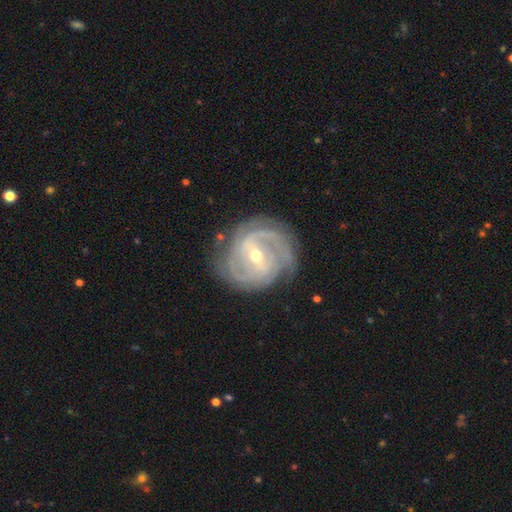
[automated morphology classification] A featured or disk galaxy (90%) with a weak bar (49%), 2 (37%) tight (64%) spiral arms (97%) and a small central bulge (50%). Merging: none (77%).